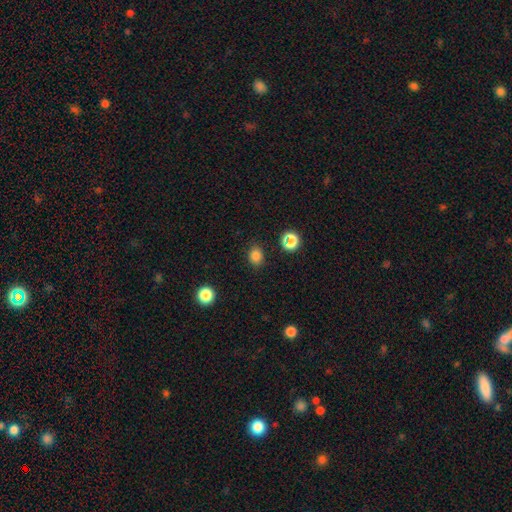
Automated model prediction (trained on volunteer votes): Overall: smooth (81%). How rounded: round (54%; in between 45%). Merging: none (87%).